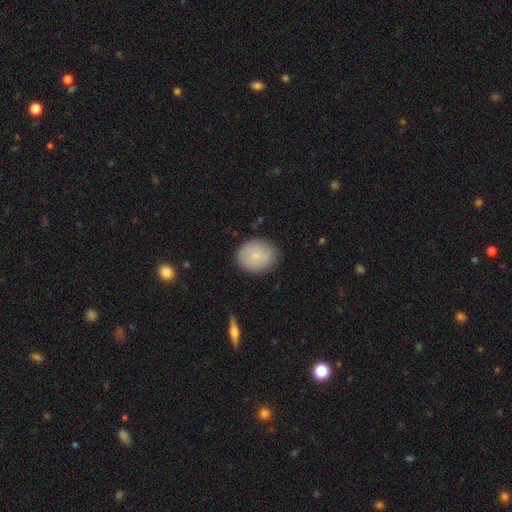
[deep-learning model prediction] A smooth galaxy with no disk features (78%) that is round (52%).

Vote fractions:
- Smooth or featured? smooth: 78% / featured or disk: 15% / star or artifact: 7%
- How rounded? round: 52% / in between: 47% / cigar-shaped: 1%
- Merging? none: 83% / minor disturbance: 13% / major disturbance: 3% / merger: 1%